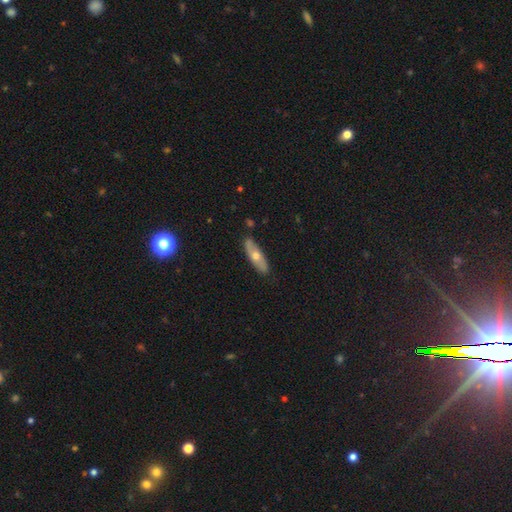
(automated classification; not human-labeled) smooth-or-featured: smooth: 51% | featured or disk: 43% | star or artifact: 6%
  how-rounded: cigar-shaped: 48% (tied) | in between: 48% (tied) | round: 3%
  merging: none: 85% | minor disturbance: 11% | major disturbance: 2% | merger: 2%